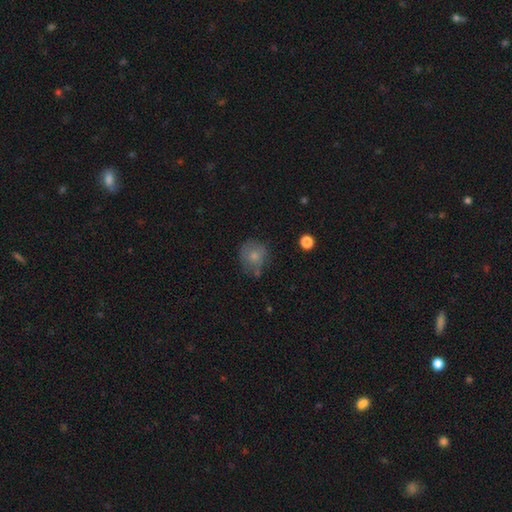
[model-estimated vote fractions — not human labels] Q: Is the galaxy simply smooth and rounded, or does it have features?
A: smooth — 71%.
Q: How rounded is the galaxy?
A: round — 81%.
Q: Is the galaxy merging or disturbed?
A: none — 59%.